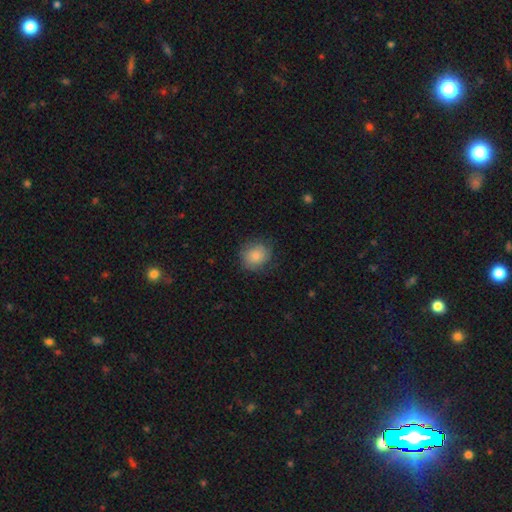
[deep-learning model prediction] A smooth galaxy with no disk features (81%) that is round (79%). Merging: none (75%).